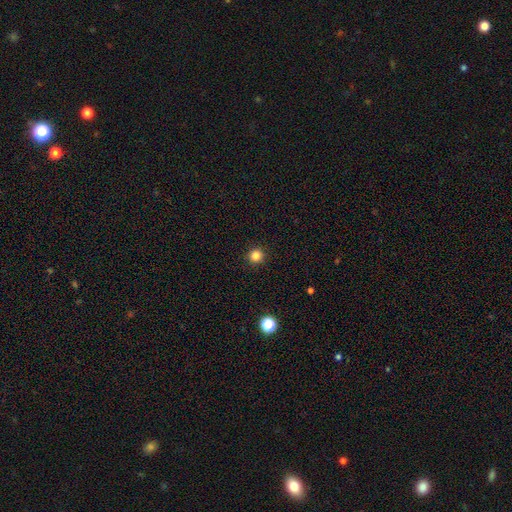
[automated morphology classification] Smooth or featured?
  - smooth: 83% *
  - star or artifact: 13%
  - featured or disk: 4%
How rounded?
  - round: 95% *
  - in between: 4%
  - cigar-shaped: 1%
Merging?
  - none: 93% *
  - minor disturbance: 5%
  - major disturbance: 2%
  - merger: 1%